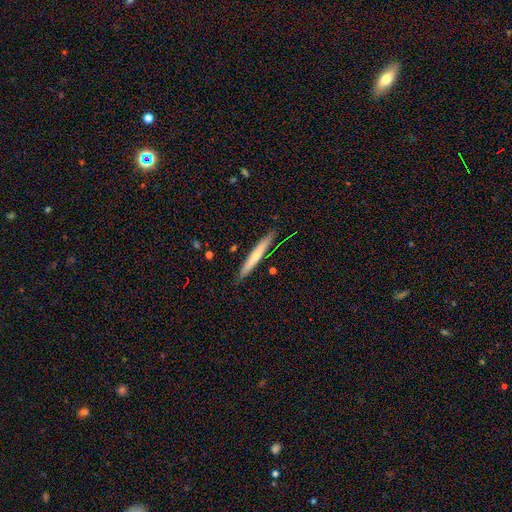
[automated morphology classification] Q: Smooth or featured?
A: smooth (50%); runner-up: featured or disk (44%)
Q: Merging?
A: none (86%); runner-up: minor disturbance (11%)